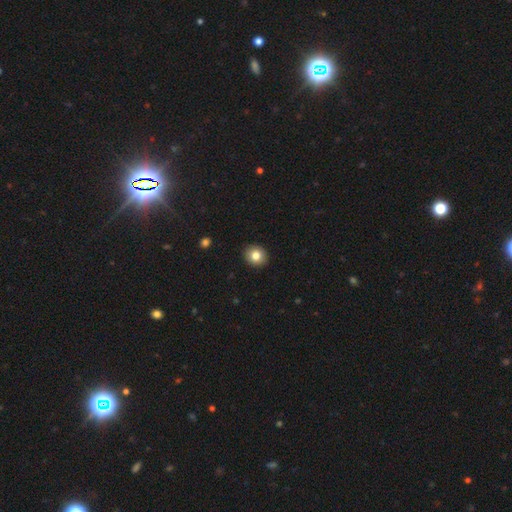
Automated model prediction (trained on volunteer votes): smooth 82%, star or artifact 9%, featured or disk 8%. Down the decision tree: how rounded — round (76%); merging — none (92%).